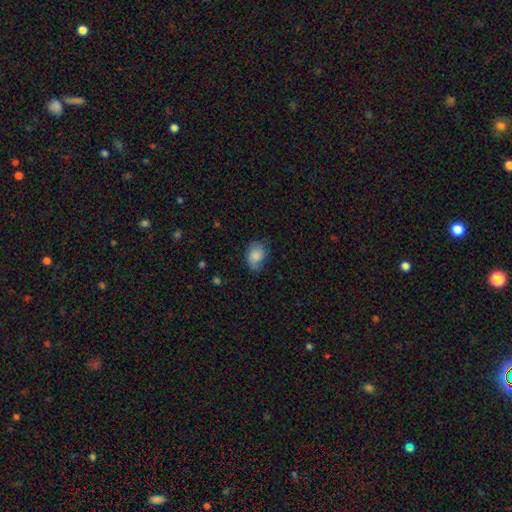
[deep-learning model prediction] Smooth or featured? smooth (79%)
How rounded? in between (74%)
Merging? none (61%)